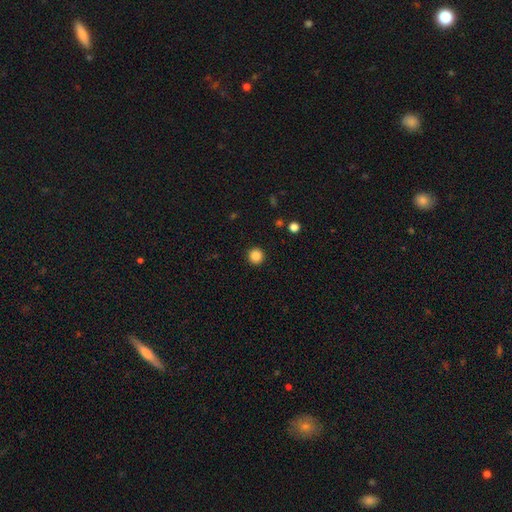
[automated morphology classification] Smooth or featured? smooth (84%)
How rounded? round (96%)
Merging? none (93%)